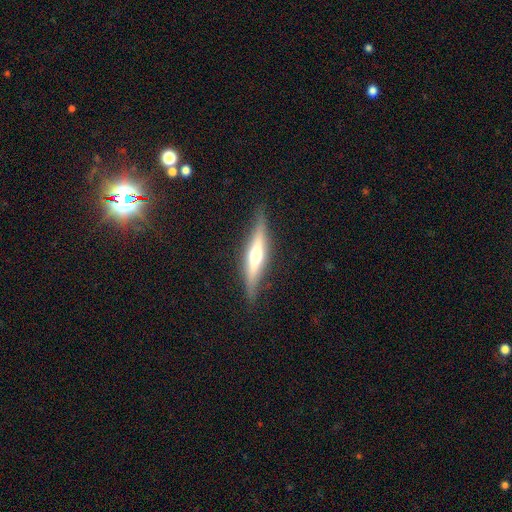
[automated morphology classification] type=featured or disk (64%); edge-on=yes (94%); edge-on bulge=rounded (86%); merging=none (86%).